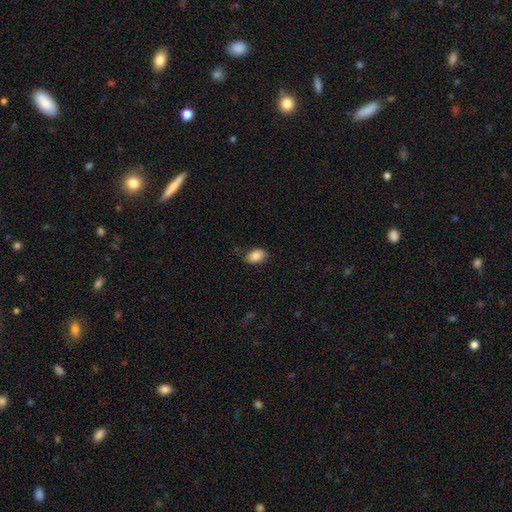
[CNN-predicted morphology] A smooth galaxy with no disk features (86%) that is in between round and cigar-shaped (88%). Merging: none (81%).